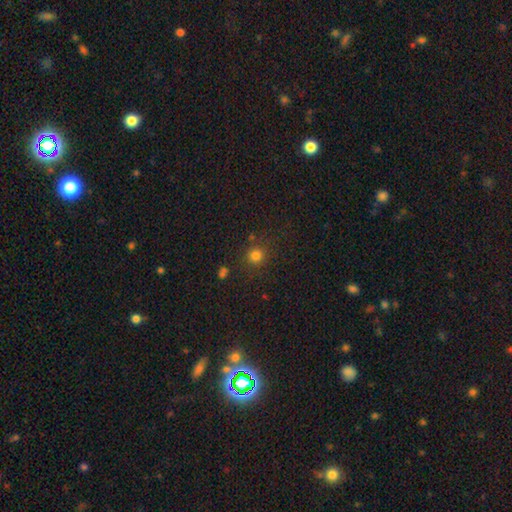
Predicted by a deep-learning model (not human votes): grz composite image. It shows a smooth galaxy with no disk features (78%) that is round (91%). Merging: none (83%).